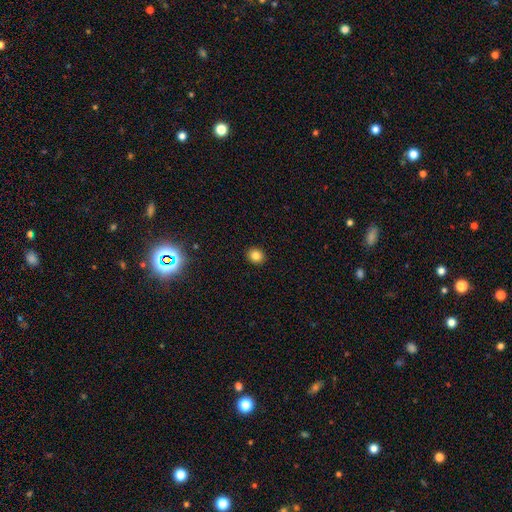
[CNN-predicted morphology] Overall: smooth (82%). How rounded: round (80%). Merging: none (92%).